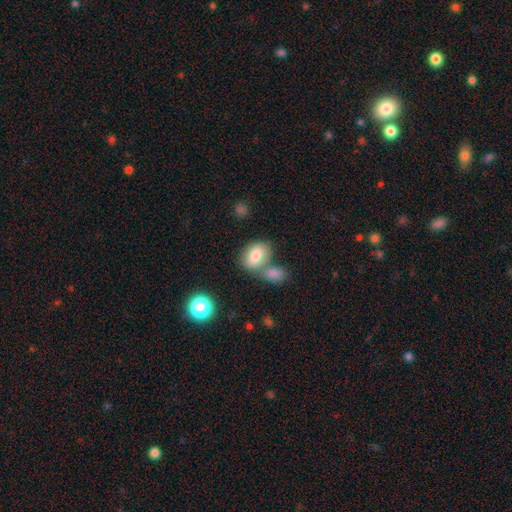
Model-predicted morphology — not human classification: Smooth or featured? Predicted: smooth (p=0.81). How rounded? Predicted: in between (p=0.77). Merging? Predicted: none (p=0.44).